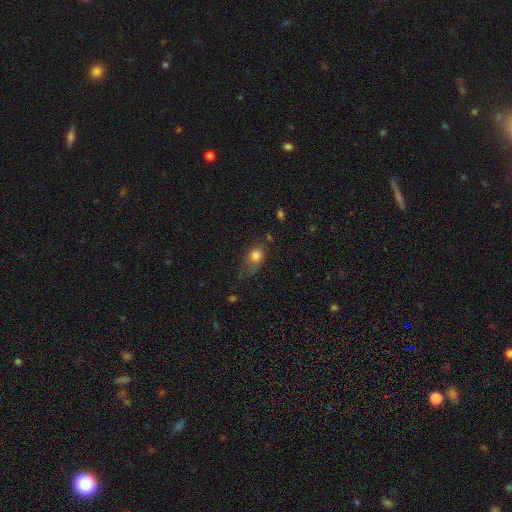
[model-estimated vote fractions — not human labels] smooth-or-featured: smooth: 80% | star or artifact: 10% | featured or disk: 10%
  how-rounded: in between: 58% | round: 39% | cigar-shaped: 3%
  merging: minor disturbance: 36% | none: 35% | major disturbance: 25% | merger: 4%